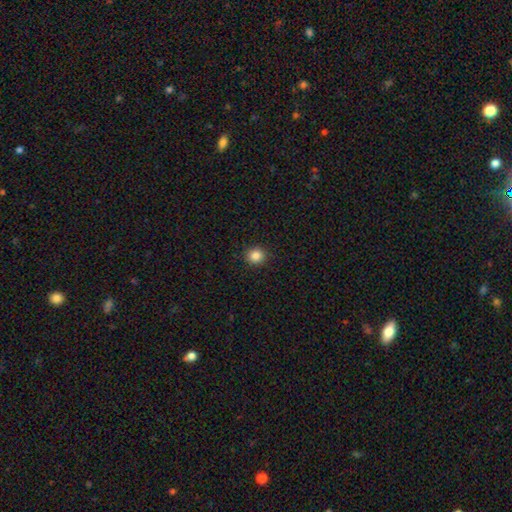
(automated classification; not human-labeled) This appears to be a smooth galaxy with no disk features (84%) that is round (90%). Merging: none (92%).